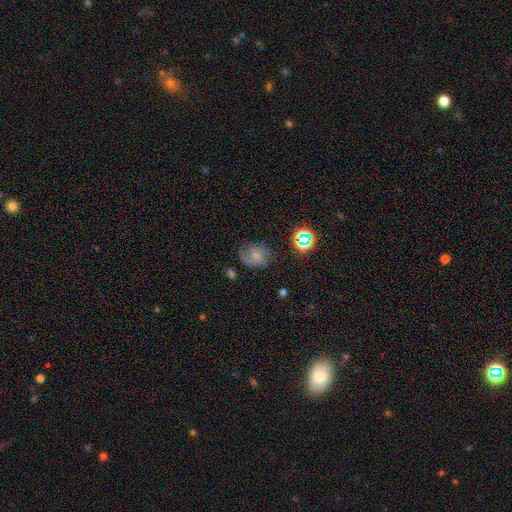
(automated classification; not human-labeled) Smooth or featured? featured or disk (46%)
Merging? none (57%)